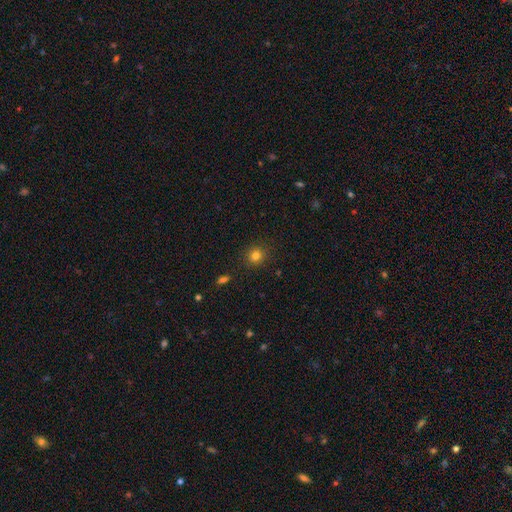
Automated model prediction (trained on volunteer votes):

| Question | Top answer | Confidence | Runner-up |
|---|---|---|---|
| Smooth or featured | smooth | 80% | star or artifact (14%) |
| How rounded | round | 84% | in between (15%) |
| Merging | none | 89% | minor disturbance (7%) |